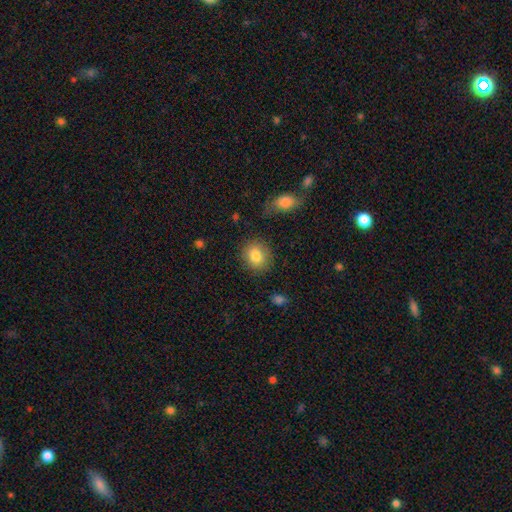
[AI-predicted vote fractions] Smooth or featured?
  - smooth: 83% *
  - star or artifact: 9%
  - featured or disk: 8%
How rounded?
  - round: 75% *
  - in between: 24%
  - cigar-shaped: 1%
Merging?
  - none: 85% *
  - minor disturbance: 10%
  - major disturbance: 3%
  - merger: 2%